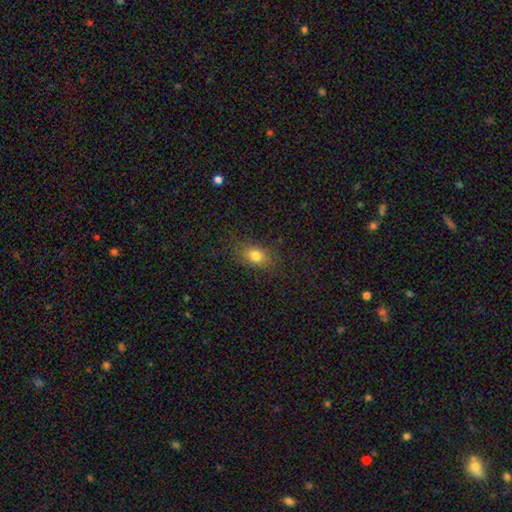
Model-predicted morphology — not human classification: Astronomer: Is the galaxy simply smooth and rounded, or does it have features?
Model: smooth — 78%.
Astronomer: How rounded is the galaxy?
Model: in between — 68%.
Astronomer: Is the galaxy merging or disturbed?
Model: none — 80%.